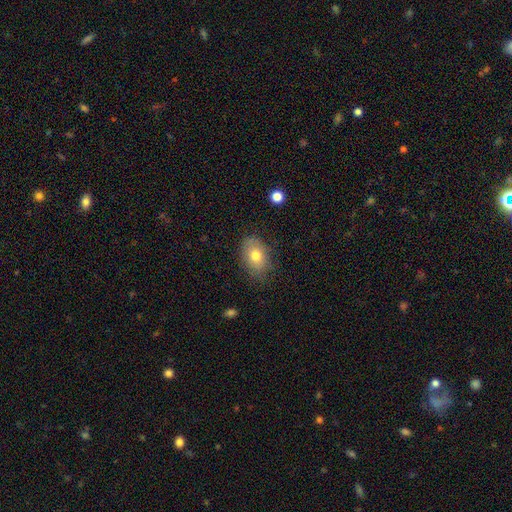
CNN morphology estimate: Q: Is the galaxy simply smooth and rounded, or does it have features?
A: smooth — 76%.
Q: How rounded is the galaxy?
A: in between — 79%.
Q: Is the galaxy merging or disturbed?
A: none — 77%.